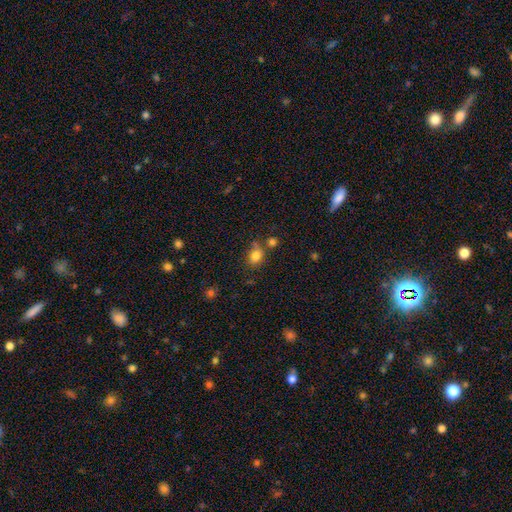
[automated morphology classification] The model was most divided on "how rounded": round: 53%, in between: 46%, cigar-shaped: 1%. More confident: smooth or featured — smooth (80%); merging — none (58%).